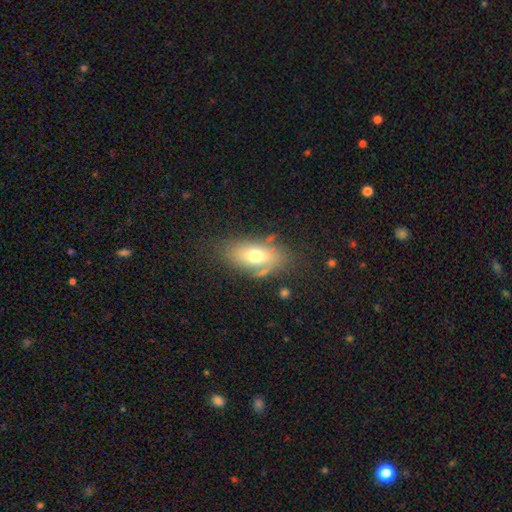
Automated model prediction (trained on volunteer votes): Smooth or featured? Predicted: smooth (p=0.65). How rounded? Predicted: in between (p=0.88). Merging? Predicted: none (p=0.66).